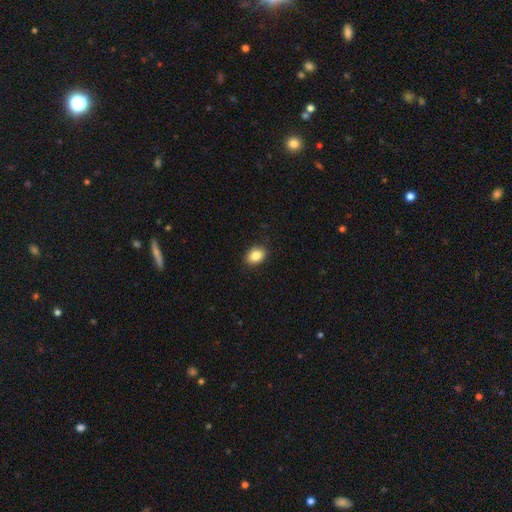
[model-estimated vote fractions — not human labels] smooth-or-featured: smooth: 85% | star or artifact: 9% | featured or disk: 6%
  how-rounded: in between: 71% | round: 28% | cigar-shaped: 1%
  merging: none: 88% | minor disturbance: 9% | major disturbance: 2% | merger: 1%